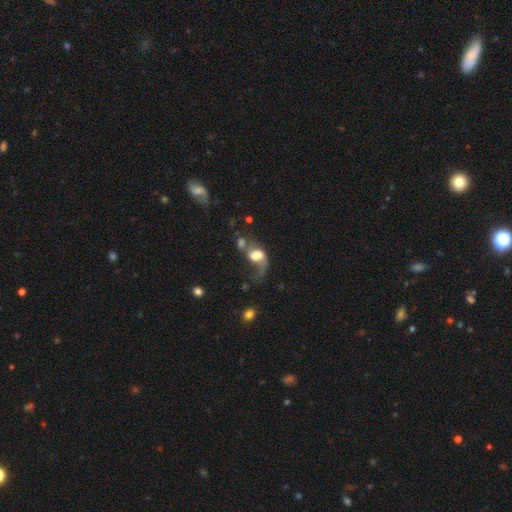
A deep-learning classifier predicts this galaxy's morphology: featured or disk 48%, smooth 42%, star or artifact 10%. Down the decision tree: merging — major disturbance (39%).